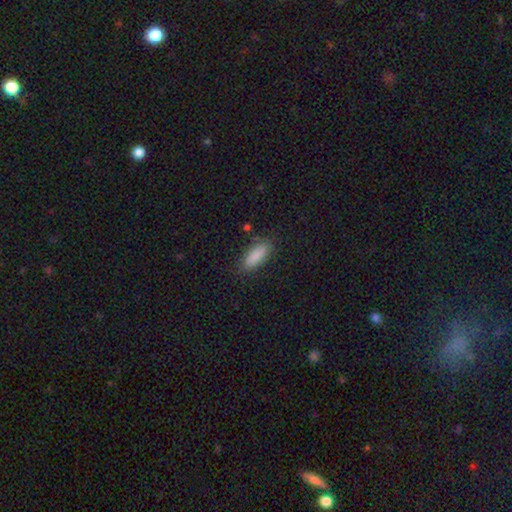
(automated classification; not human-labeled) A smooth galaxy with no disk features (87%) that is in between round and cigar-shaped (71%). Merging: none (83%).